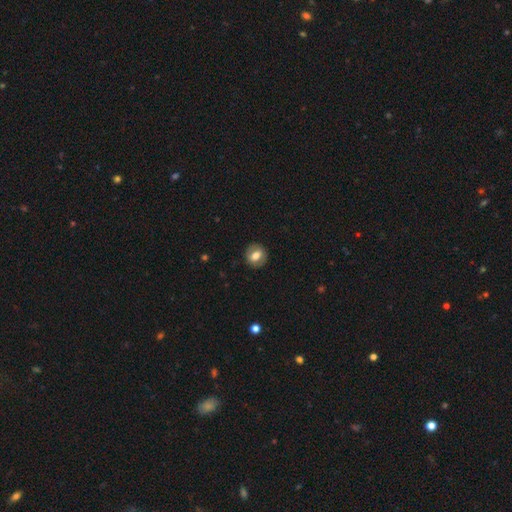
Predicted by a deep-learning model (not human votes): Overall: smooth (66%). How rounded: round (75%). Merging: none (87%).